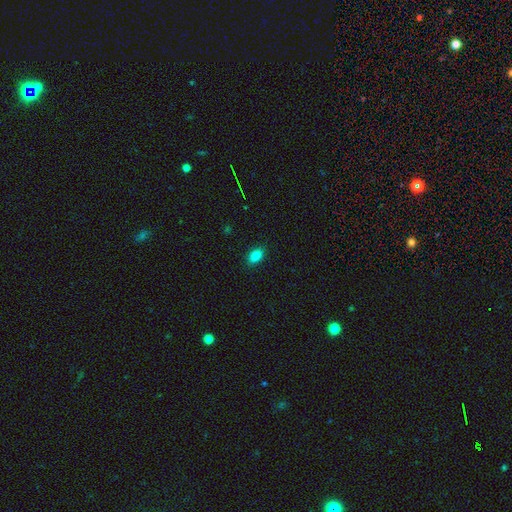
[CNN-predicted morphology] Smooth or featured?
  - smooth: 83% *
  - star or artifact: 10%
  - featured or disk: 7%
How rounded?
  - in between: 85% *
  - round: 12%
  - cigar-shaped: 2%
Merging?
  - none: 89% *
  - minor disturbance: 8%
  - major disturbance: 2%
  - merger: 1%